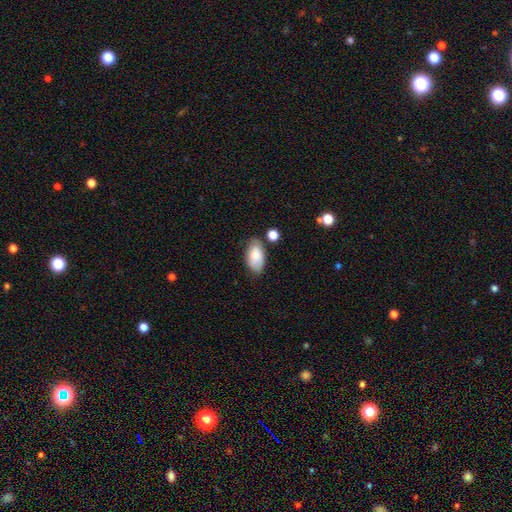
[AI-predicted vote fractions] Overall: smooth (79%). How rounded: in between (94%). Merging: none (63%; minor disturbance 24%).